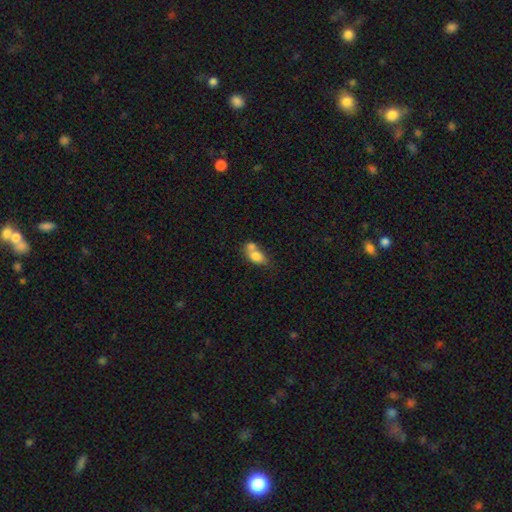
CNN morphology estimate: Smooth or featured?
  - smooth: 74% *
  - featured or disk: 18%
  - star or artifact: 8%
How rounded?
  - in between: 79% *
  - round: 17%
  - cigar-shaped: 4%
Merging?
  - merger: 60% *
  - none: 24%
  - minor disturbance: 10%
  - major disturbance: 5%